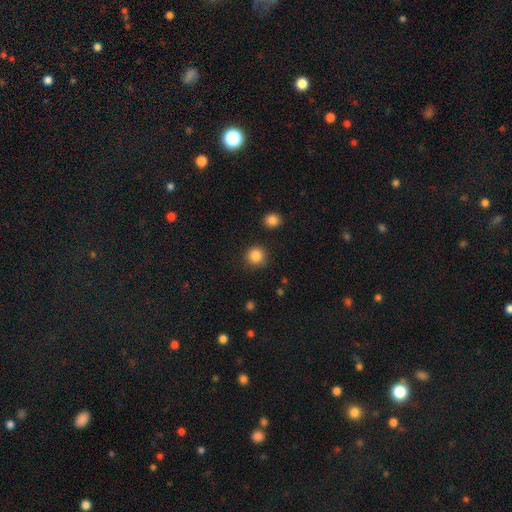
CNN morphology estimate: smooth 86%, star or artifact 10%, featured or disk 4%. Down the decision tree: how rounded — round (93%); merging — none (88%).